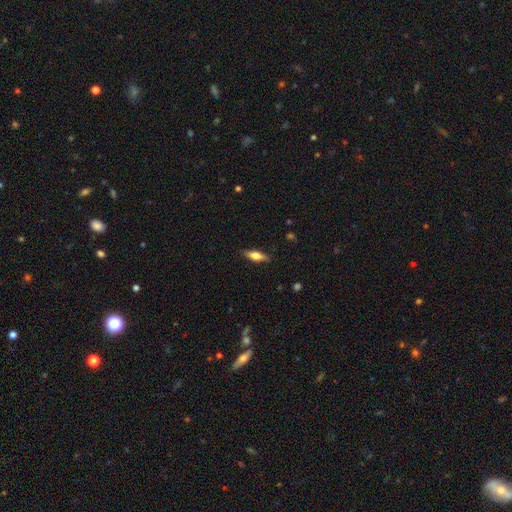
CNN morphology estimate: Smooth or featured?
  - smooth: 58% *
  - featured or disk: 36%
  - star or artifact: 7%
How rounded?
  - in between: 49% *
  - cigar-shaped: 48%
  - round: 3%
Merging?
  - none: 86% *
  - minor disturbance: 10%
  - major disturbance: 2%
  - merger: 1%